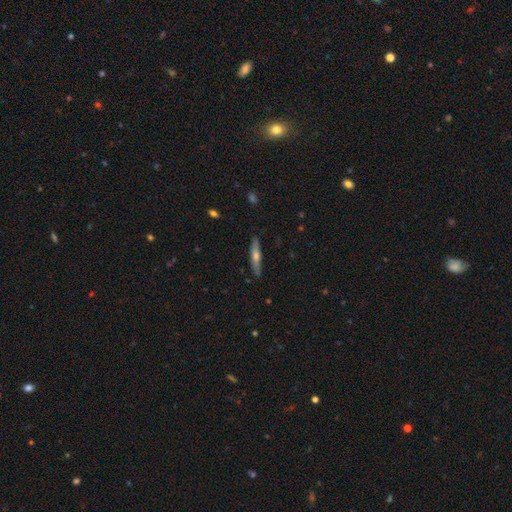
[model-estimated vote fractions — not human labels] smooth_or_featured: featured or disk (p=0.52) [alt: smooth p=0.41]
disk_edge_on: yes (p=0.92) [alt: no p=0.08]
merging: none (p=0.87) [alt: minor disturbance p=0.10]